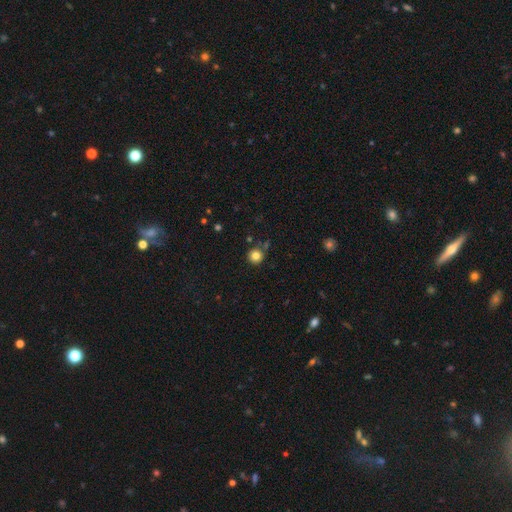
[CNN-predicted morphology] The model was most divided on "smooth or featured": smooth: 82%, star or artifact: 12%, featured or disk: 6%. More confident: how rounded — round (94%); merging — none (83%).